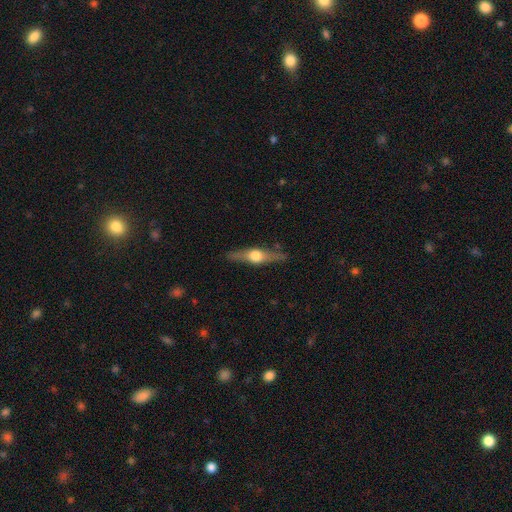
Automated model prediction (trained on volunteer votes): smooth_or_featured: featured or disk (p=0.70) [alt: smooth p=0.24]
disk_edge_on: yes (p=0.96) [alt: no p=0.04]
edge_on_bulge: rounded (p=0.96) [alt: boxy p=0.03]
merging: none (p=0.87) [alt: minor disturbance p=0.09]